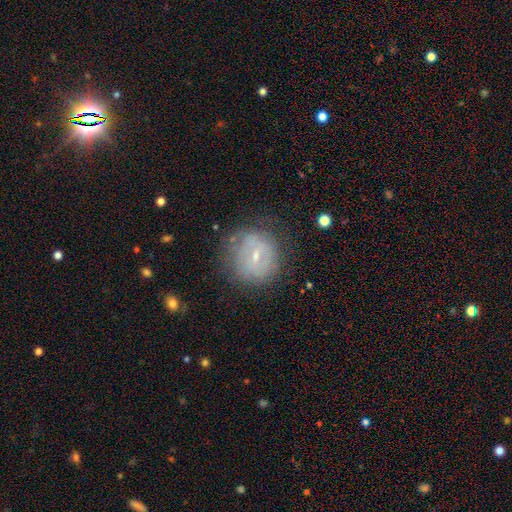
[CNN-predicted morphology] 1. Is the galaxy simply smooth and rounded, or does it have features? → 50% featured or disk, 41% smooth, 10% star or artifact.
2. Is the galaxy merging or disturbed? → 69% none, 19% minor disturbance, 10% major disturbance, 2% merger.